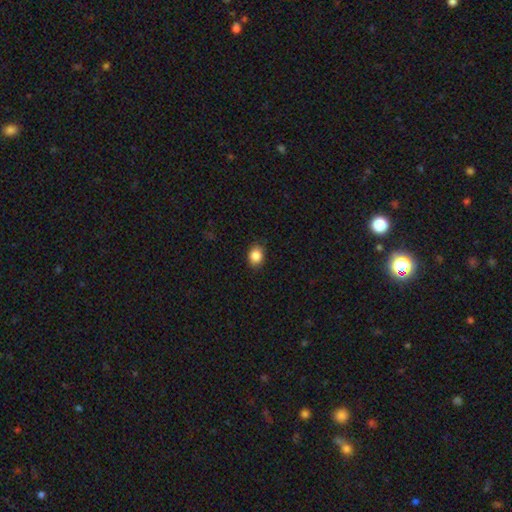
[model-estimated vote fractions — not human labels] This appears to be a smooth galaxy with no disk features (86%) that is in between round and cigar-shaped (50%, tied with round). Merging: none (86%).